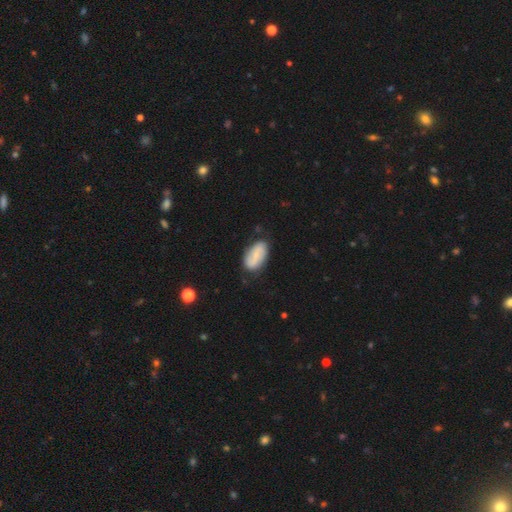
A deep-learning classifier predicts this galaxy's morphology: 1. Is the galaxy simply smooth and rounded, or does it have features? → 48% smooth, 45% featured or disk, 7% star or artifact.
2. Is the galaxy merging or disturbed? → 75% none, 19% minor disturbance, 4% major disturbance, 2% merger.